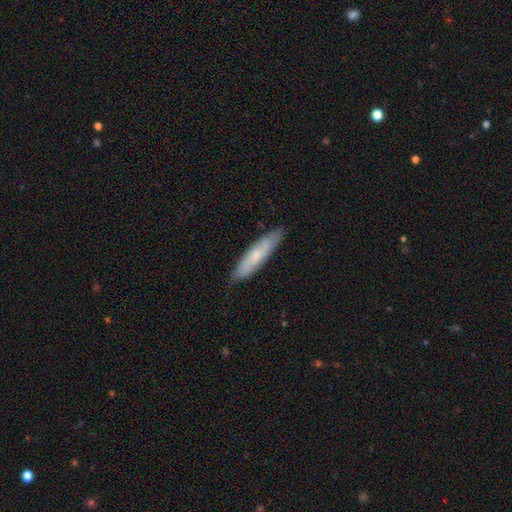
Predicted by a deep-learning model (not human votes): Smooth or featured? Predicted: smooth (p=0.63). How rounded? Predicted: cigar-shaped (p=0.80). Merging? Predicted: none (p=0.85).